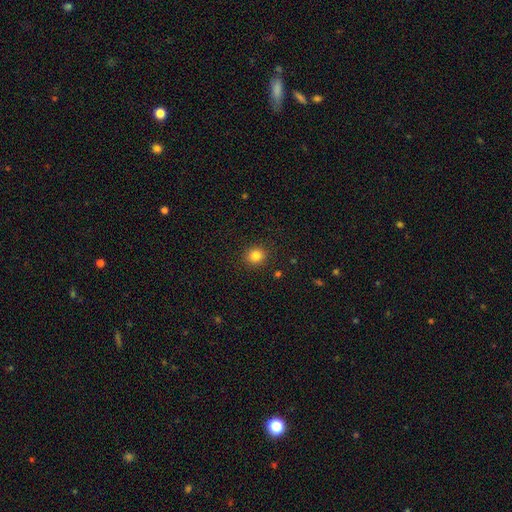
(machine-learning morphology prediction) Q: Smooth or featured?
A: smooth (83%); runner-up: star or artifact (12%)
Q: How rounded?
A: round (84%); runner-up: in between (15%)
Q: Merging?
A: none (89%); runner-up: minor disturbance (7%)